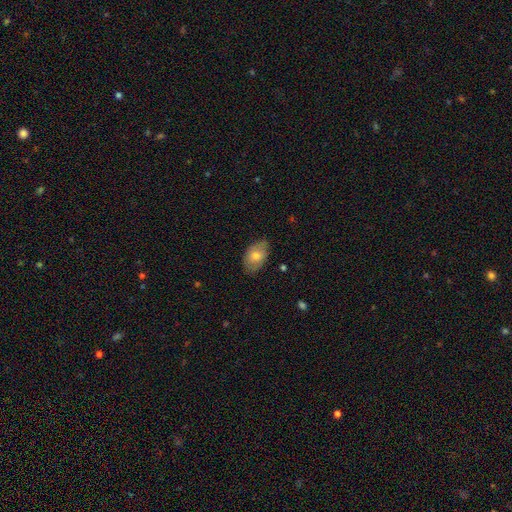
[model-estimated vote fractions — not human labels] A smooth galaxy with no disk features (68%) that is in between round and cigar-shaped (91%). Merging: none (77%).